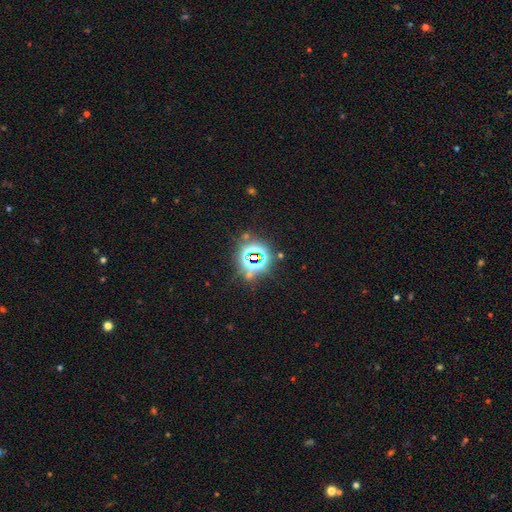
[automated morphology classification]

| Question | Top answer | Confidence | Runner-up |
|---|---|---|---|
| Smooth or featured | star or artifact | 80% | smooth (12%) |